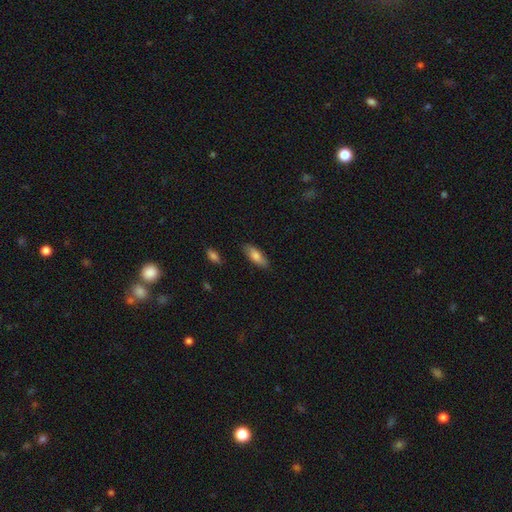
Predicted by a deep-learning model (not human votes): This appears to be a smooth galaxy with no disk features (78%) that is in between round and cigar-shaped (71%). Merging: none (84%).